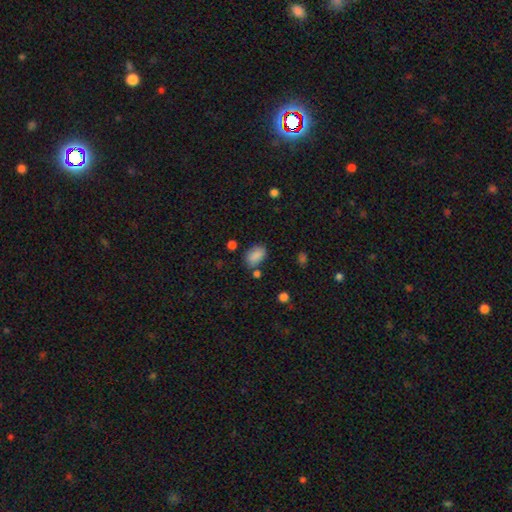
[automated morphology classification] smooth_or_featured: smooth (p=0.86) [alt: star or artifact p=0.09]
how_rounded: in between (p=0.88) [alt: round p=0.11]
merging: none (p=0.71) [alt: minor disturbance p=0.17]